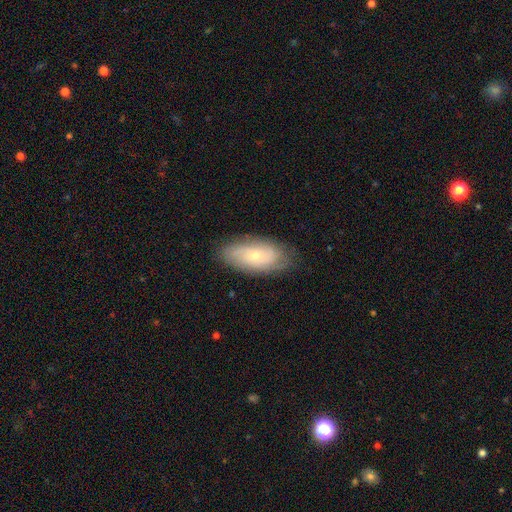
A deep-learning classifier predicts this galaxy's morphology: Smooth or featured? Predicted: featured or disk (p=0.51). Edge-on disk? Predicted: no (p=0.89). Merging? Predicted: none (p=0.78).